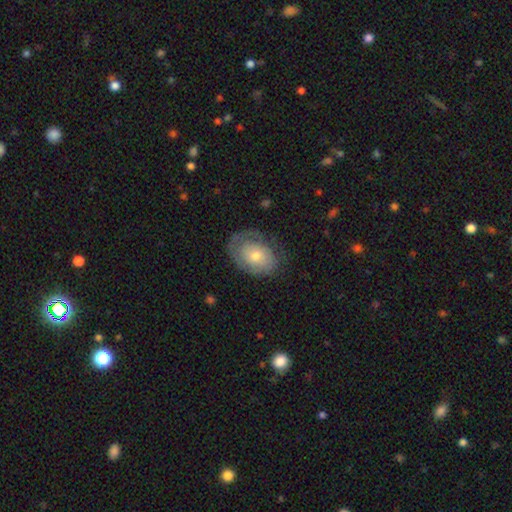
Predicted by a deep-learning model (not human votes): smooth 52%, featured or disk 42%, star or artifact 7%. Down the decision tree: how rounded — in between (72%); merging — none (61%).